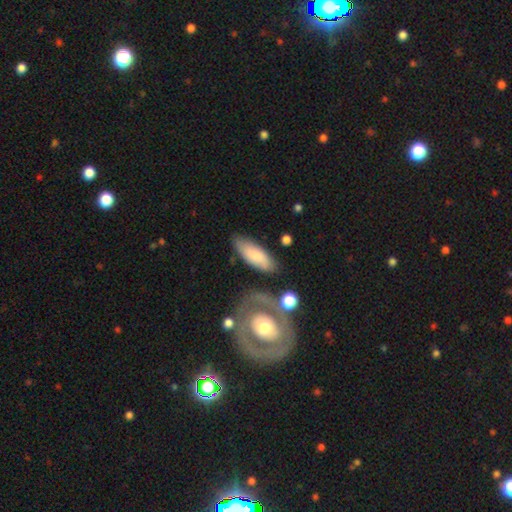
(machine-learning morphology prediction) smooth_or_featured: smooth (p=0.76) [alt: featured or disk p=0.18]
how_rounded: in between (p=0.70) [alt: cigar-shaped p=0.28]
merging: none (p=0.72) [alt: minor disturbance p=0.17]